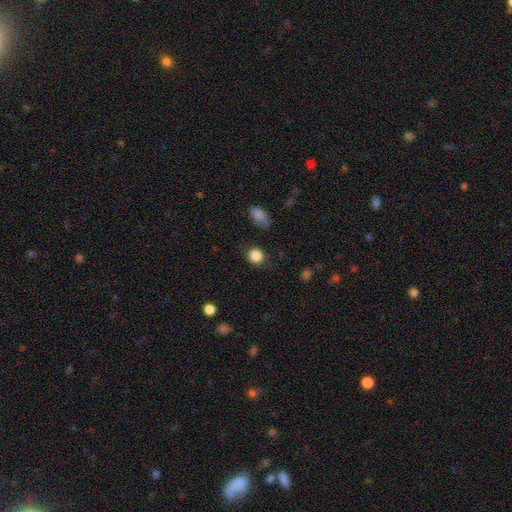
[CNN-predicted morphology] Overall: smooth (86%). How rounded: round (80%). Merging: none (83%).